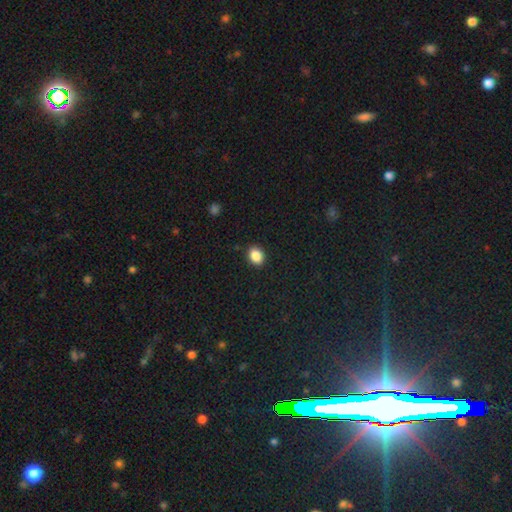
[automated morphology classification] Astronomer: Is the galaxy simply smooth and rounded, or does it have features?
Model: smooth — 87%.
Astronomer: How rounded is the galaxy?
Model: in between — 60% (runner-up: round, 39%).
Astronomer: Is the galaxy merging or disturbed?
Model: none — 89%.